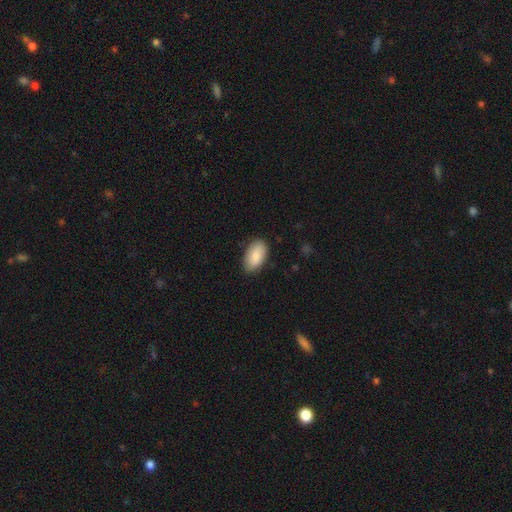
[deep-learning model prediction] smooth 88%, featured or disk 6%, star or artifact 5%. Down the decision tree: how rounded — in between (95%); merging — none (85%).